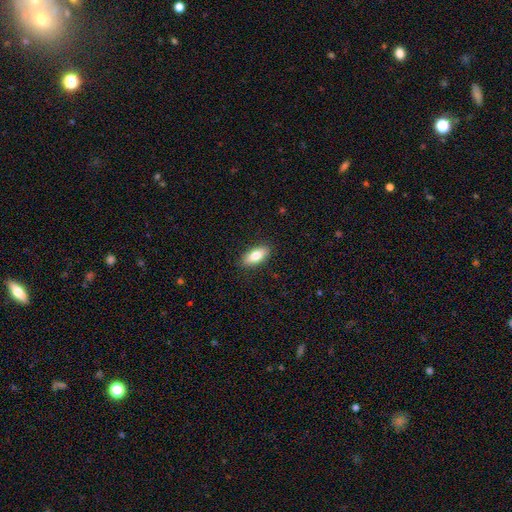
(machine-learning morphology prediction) Overall: smooth (81%). How rounded: in between (84%). Merging: none (89%).